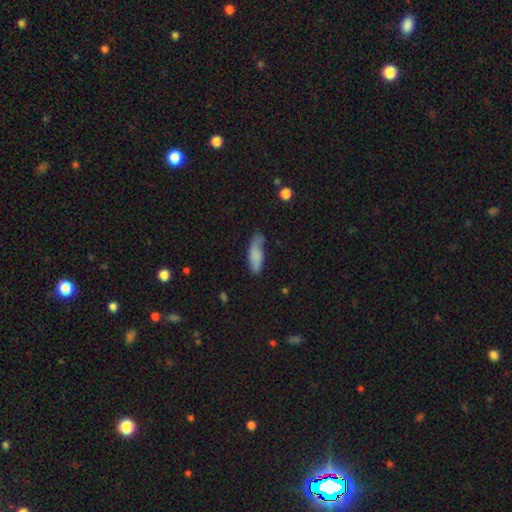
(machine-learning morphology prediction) Smooth or featured? Predicted: smooth (p=0.75). How rounded? Predicted: in between (p=0.53). Merging? Predicted: none (p=0.58).